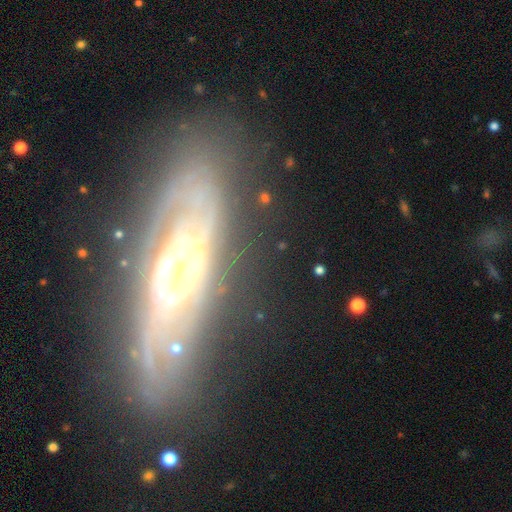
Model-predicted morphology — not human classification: Overall: featured or disk (80%). Edge-on disk: no (61%; yes 39%). Merging: none (73%).